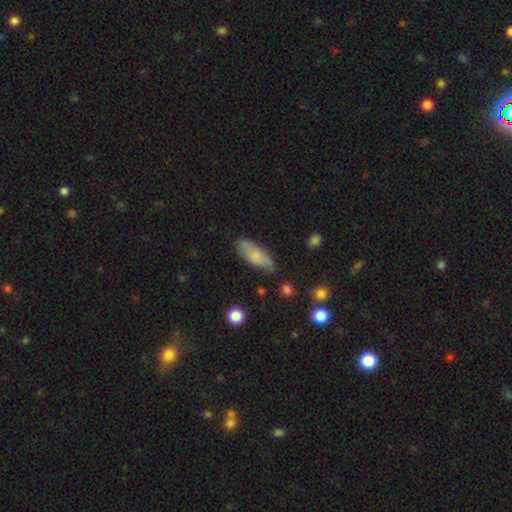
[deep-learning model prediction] smooth-or-featured: smooth: 73% | featured or disk: 21% | star or artifact: 6%
  how-rounded: in between: 78% | cigar-shaped: 19% | round: 2%
  merging: none: 73% | minor disturbance: 21% | major disturbance: 4% | merger: 2%